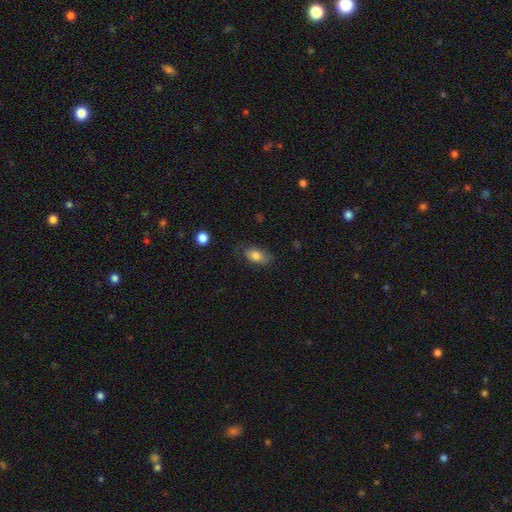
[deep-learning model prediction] A smooth galaxy with no disk features (78%) that is in between round and cigar-shaped (90%). Merging: none (69%).